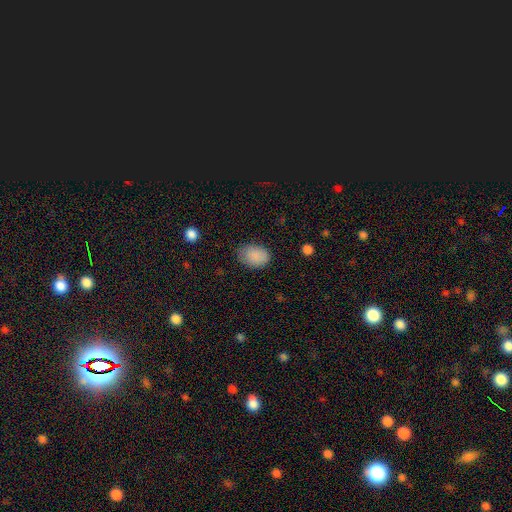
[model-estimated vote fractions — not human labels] A smooth galaxy with no disk features (88%) that is in between round and cigar-shaped (79%).

Vote fractions:
- Smooth or featured? smooth: 88% / star or artifact: 8% / featured or disk: 4%
- How rounded? in between: 79% / round: 20% / cigar-shaped: 1%
- Merging? none: 72% / minor disturbance: 22% / major disturbance: 5% / merger: 1%